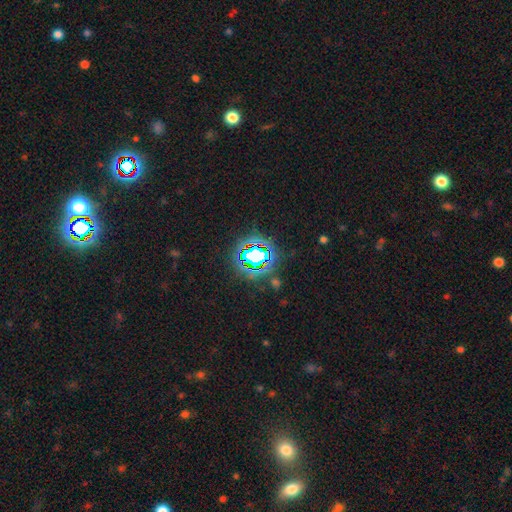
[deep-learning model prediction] This appears to be a star or artifact, not a galaxy (71%).